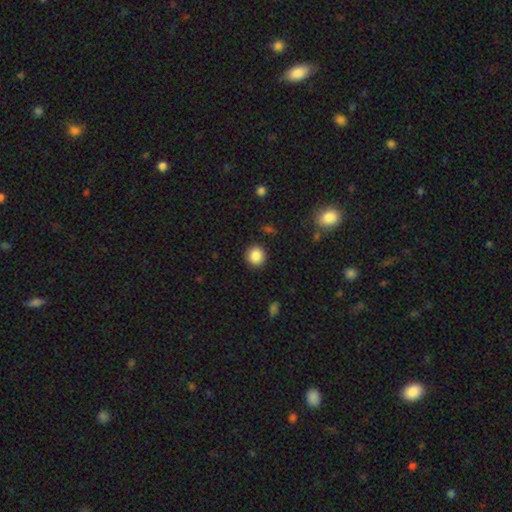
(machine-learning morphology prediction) Overall: smooth (87%). How rounded: round (91%). Merging: none (91%).